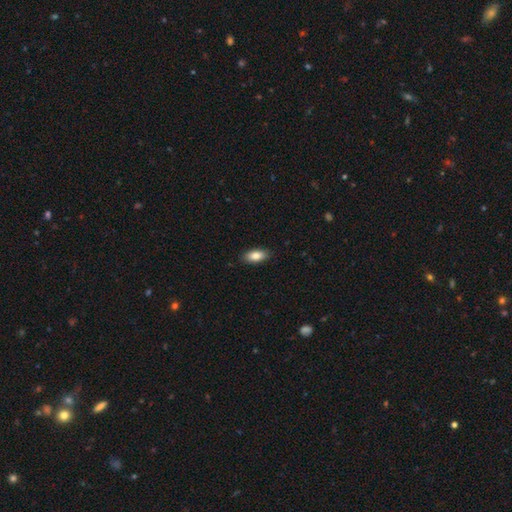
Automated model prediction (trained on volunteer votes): Smooth or featured?
  - smooth: 84% *
  - featured or disk: 9%
  - star or artifact: 7%
How rounded?
  - in between: 88% *
  - cigar-shaped: 9%
  - round: 3%
Merging?
  - none: 88% *
  - minor disturbance: 9%
  - major disturbance: 2%
  - merger: 1%